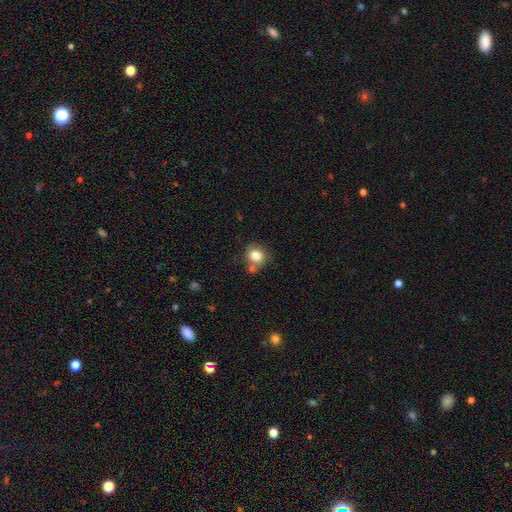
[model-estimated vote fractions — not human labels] This is clearly a smooth galaxy (81%). How rounded: likely round (72%). Merging: likely none (61%).